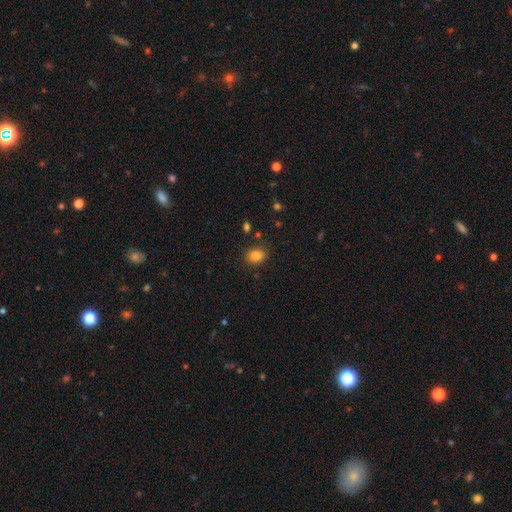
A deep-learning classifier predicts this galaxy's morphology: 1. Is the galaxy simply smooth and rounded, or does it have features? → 83% smooth, 11% star or artifact, 6% featured or disk.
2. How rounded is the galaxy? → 53% in between, 46% round, 1% cigar-shaped.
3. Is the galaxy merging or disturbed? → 85% none, 10% minor disturbance, 3% major disturbance, 2% merger.